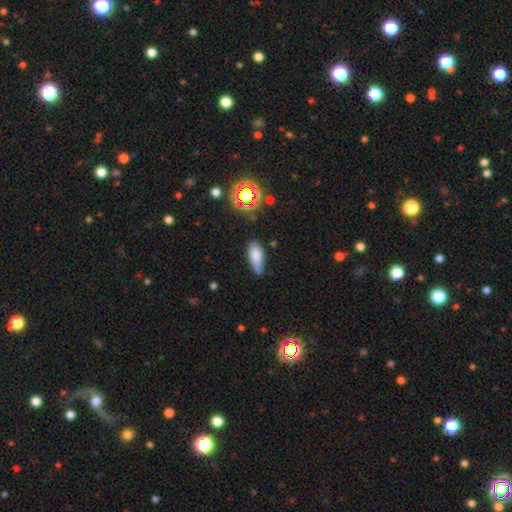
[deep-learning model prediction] Overall: smooth (78%). How rounded: in between (75%). Merging: none (55%; minor disturbance 33%).